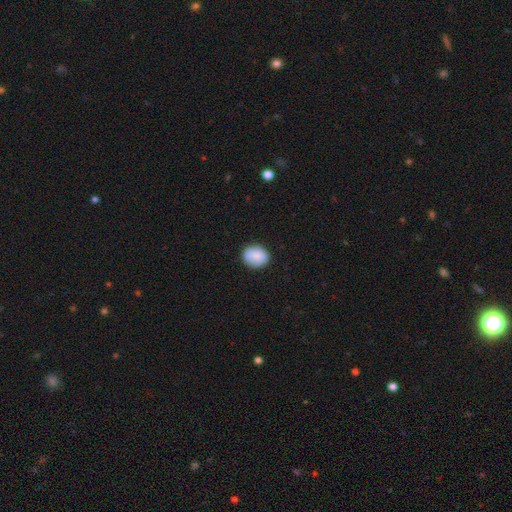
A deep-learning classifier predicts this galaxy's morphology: A smooth galaxy with no disk features (83%) that is round (65%). Merging: none (84%).